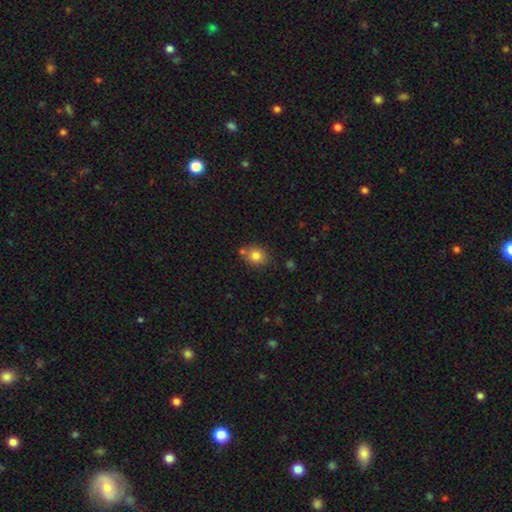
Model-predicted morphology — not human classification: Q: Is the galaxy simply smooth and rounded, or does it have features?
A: smooth — 81%.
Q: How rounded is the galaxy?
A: round — 66%.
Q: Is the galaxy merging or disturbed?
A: none — 71%.